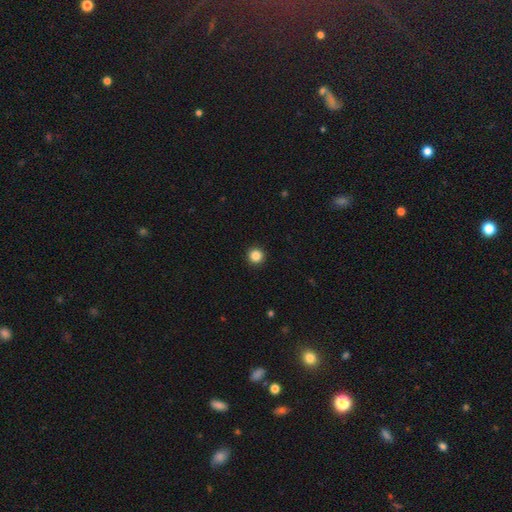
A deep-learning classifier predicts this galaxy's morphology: Q: Smooth or featured?
A: smooth (85%); runner-up: star or artifact (11%)
Q: How rounded?
A: round (96%); runner-up: in between (3%)
Q: Merging?
A: none (94%); runner-up: minor disturbance (4%)